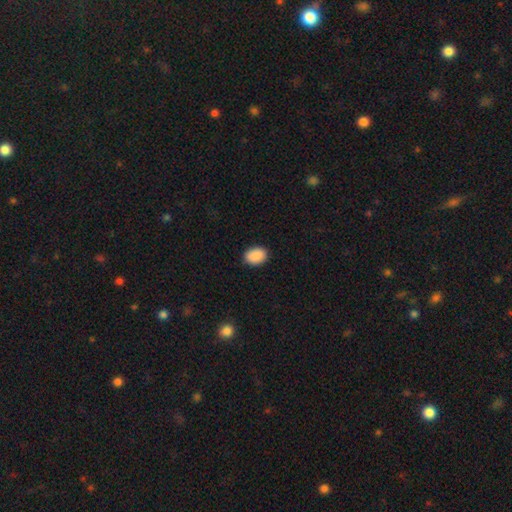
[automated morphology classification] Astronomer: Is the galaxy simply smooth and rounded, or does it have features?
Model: smooth — 90%.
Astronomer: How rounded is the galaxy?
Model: in between — 80%.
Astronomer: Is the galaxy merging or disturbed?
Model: none — 88%.